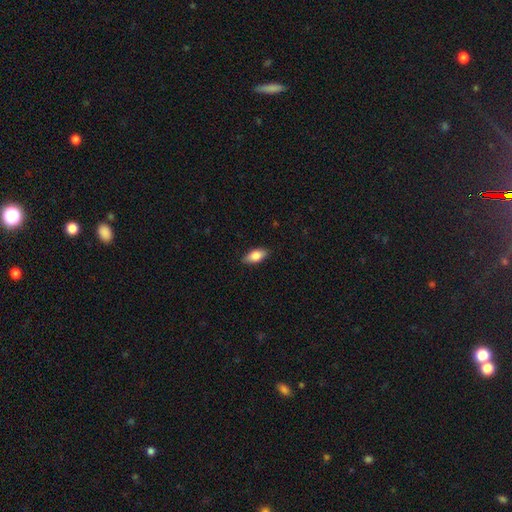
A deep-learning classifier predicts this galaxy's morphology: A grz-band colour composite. It shows a smooth galaxy with no disk features (79%) that is in between round and cigar-shaped (87%). Merging: none (86%).